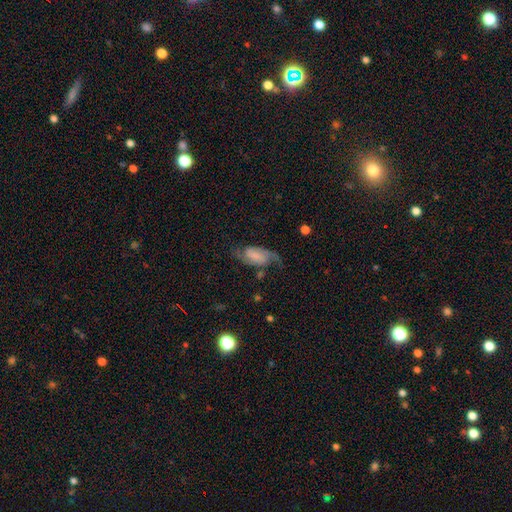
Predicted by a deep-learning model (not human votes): This appears to be a featured or disk galaxy (72%) with no bar (42%), 2 (89%) loose (45%) spiral arms (94%) and no central bulge (44%). Merging: none (61%).